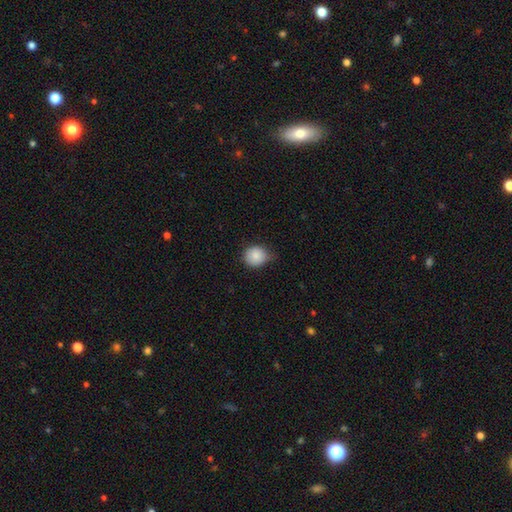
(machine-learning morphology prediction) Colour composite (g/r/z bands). It shows a smooth galaxy with no disk features (87%) that is round (82%). Merging: none (60%).